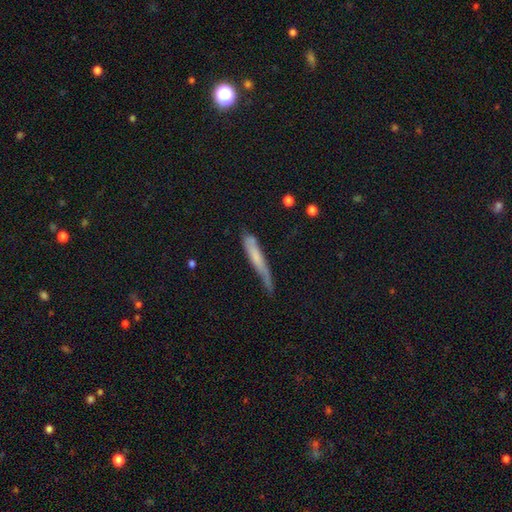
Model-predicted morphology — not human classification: Q: Smooth or featured?
A: smooth (58%); runner-up: featured or disk (34%)
Q: How rounded?
A: cigar-shaped (92%); runner-up: in between (6%)
Q: Merging?
A: none (43%); runner-up: minor disturbance (35%)